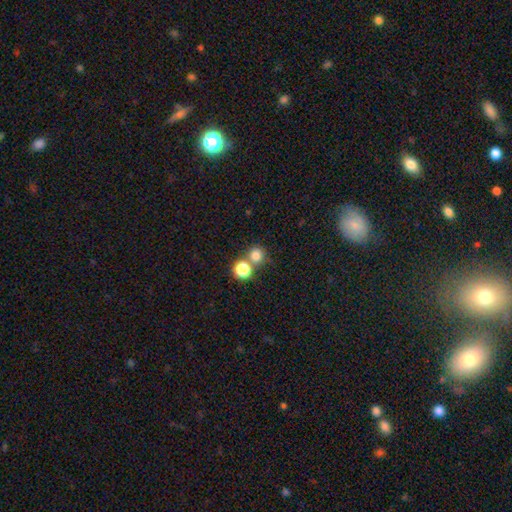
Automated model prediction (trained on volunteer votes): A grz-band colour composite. It shows a smooth galaxy with no disk features (77%) that is round (91%). Merging: none (63%).